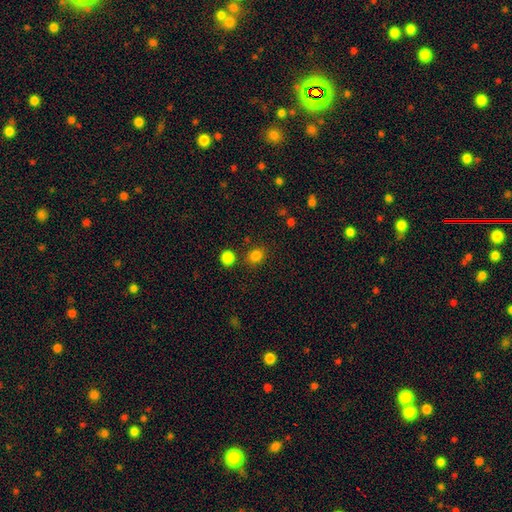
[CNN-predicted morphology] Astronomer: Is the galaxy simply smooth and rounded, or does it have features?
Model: smooth — 83%.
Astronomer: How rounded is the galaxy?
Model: round — 62%.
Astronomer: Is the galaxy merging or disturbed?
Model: none — 81%.